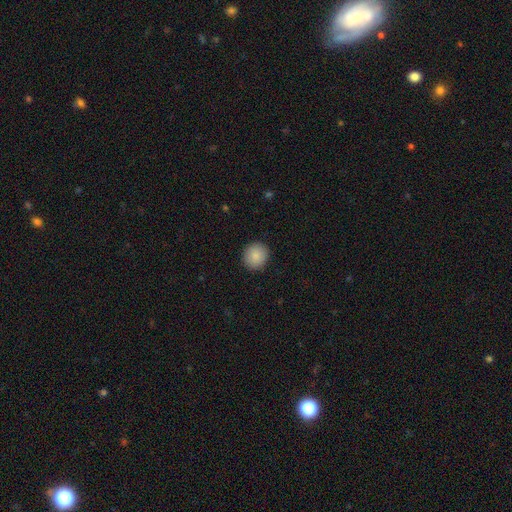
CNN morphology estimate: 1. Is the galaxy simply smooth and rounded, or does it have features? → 87% smooth, 8% star or artifact, 5% featured or disk.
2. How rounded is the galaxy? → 85% round, 14% in between, 1% cigar-shaped.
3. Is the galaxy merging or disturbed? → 91% none, 6% minor disturbance, 2% major disturbance, 1% merger.